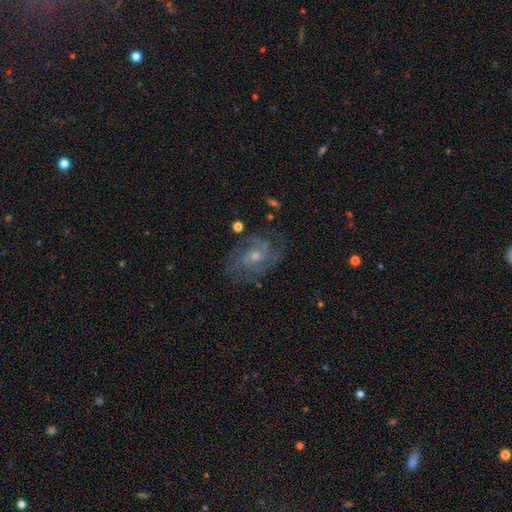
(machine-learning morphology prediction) smooth_or_featured: featured or disk (p=0.79) [alt: smooth p=0.12]
disk_edge_on: no (p=0.97) [alt: yes p=0.03]
bar: no (p=0.73) [alt: weak p=0.24]
has_spiral_arms: yes (p=0.91) [alt: no p=0.09]
spiral_winding: tight (p=0.45) [alt: medium p=0.41]
spiral_arm_count: can't tell (p=0.31) [alt: 3 p=0.23]
bulge_size: small (p=0.54) [alt: moderate p=0.41]
merging: none (p=0.70) [alt: minor disturbance p=0.18]